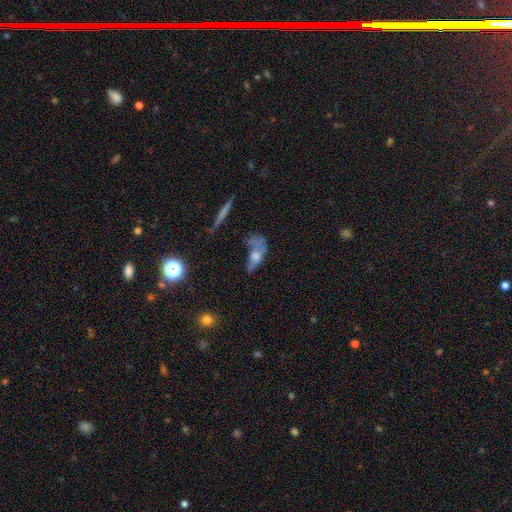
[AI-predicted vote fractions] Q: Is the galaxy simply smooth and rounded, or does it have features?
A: smooth — 44%.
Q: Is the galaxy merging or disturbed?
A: major disturbance — 42%.